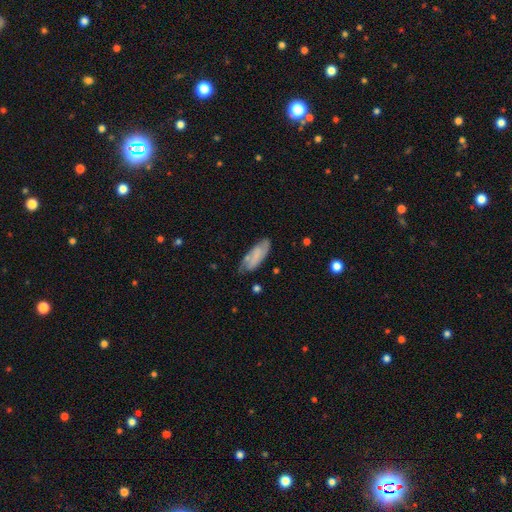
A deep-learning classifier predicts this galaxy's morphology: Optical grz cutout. It shows a smooth galaxy with no disk features (55%) that is in between round and cigar-shaped (70%). Merging: none (64%).